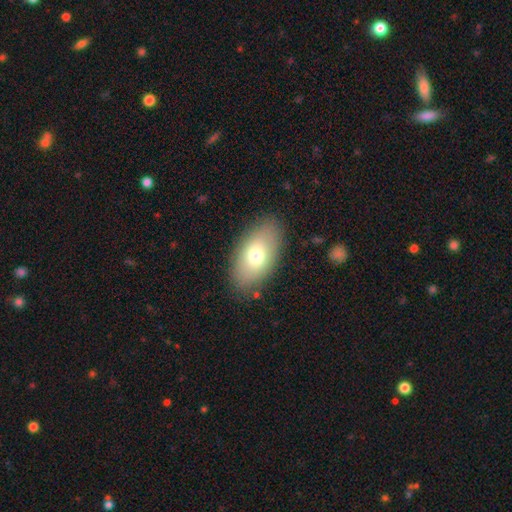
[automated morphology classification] This is likely a smooth galaxy (73%). How rounded: clearly in between (93%). Merging: clearly none (84%).